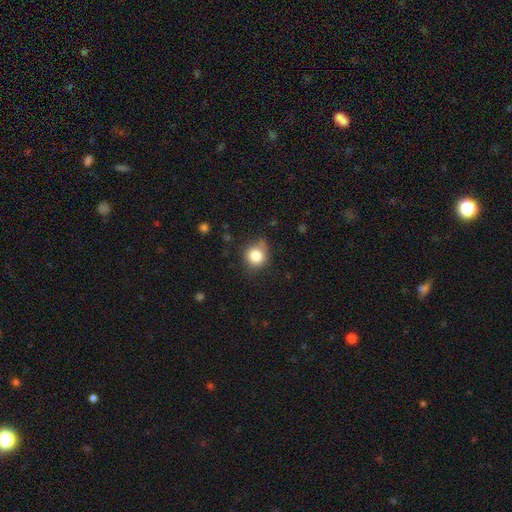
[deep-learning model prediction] Smooth or featured? smooth (82%)
How rounded? round (86%)
Merging? none (73%)